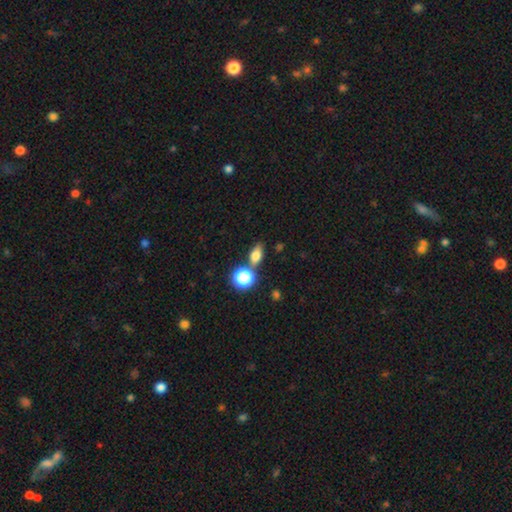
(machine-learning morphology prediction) smooth 71%, star or artifact 16%, featured or disk 13%. Down the decision tree: how rounded — in between (71%); merging — none (71%).